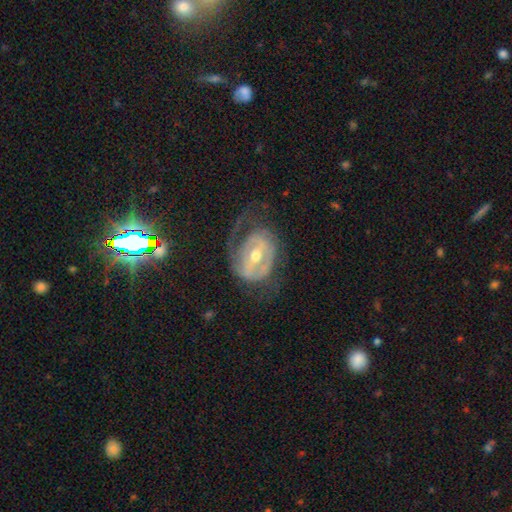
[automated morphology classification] smooth-or-featured: featured or disk: 79% | smooth: 14% | star or artifact: 6%
  disk-edge-on: no: 95% | yes: 5%
    bar: strong: 44% | weak: 37% | no: 19%
    has-spiral-arms: yes: 72% | no: 28%
      spiral-winding: tight: 40% | medium: 37% | loose: 23%
      spiral-arm-count: 2: 53% | 1: 20% | can't tell: 20% | 3: 4% | 4: 1% | more than 4: 1%
    bulge-size: moderate: 65% | small: 29% | large: 3% | none: 1% | dominant: 1%
  merging: none: 49% | major disturbance: 28% | minor disturbance: 22% | merger: 2%